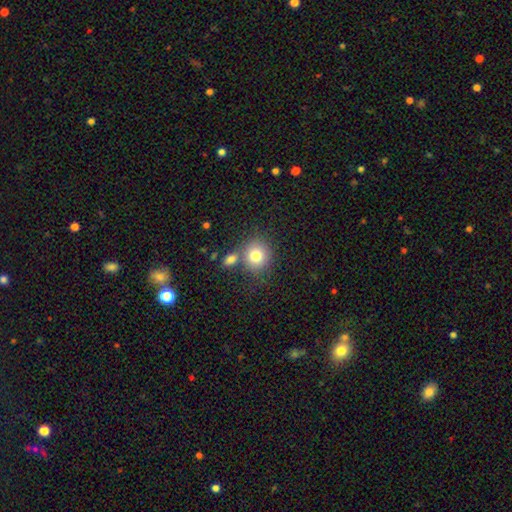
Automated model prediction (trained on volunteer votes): Q: Smooth or featured?
A: smooth (79%); runner-up: featured or disk (11%)
Q: How rounded?
A: round (84%); runner-up: in between (15%)
Q: Merging?
A: none (62%); runner-up: merger (24%)